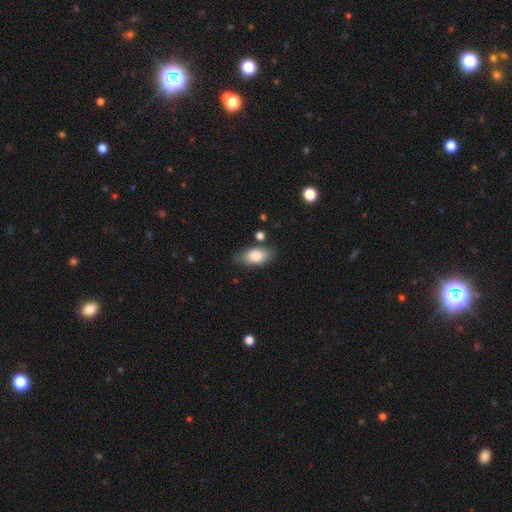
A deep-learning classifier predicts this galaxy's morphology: This appears to be a smooth galaxy with no disk features (79%) that is in between round and cigar-shaped (90%). Merging: none (74%).